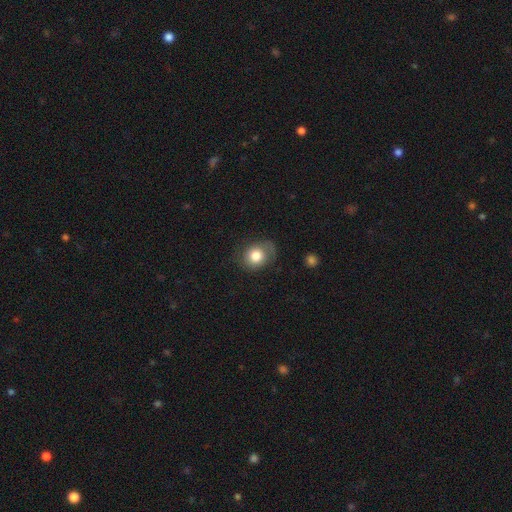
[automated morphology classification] smooth_or_featured: smooth (p=0.78) [alt: featured or disk p=0.13]
how_rounded: round (p=0.62) [alt: in between p=0.37]
merging: none (p=0.63) [alt: minor disturbance p=0.24]